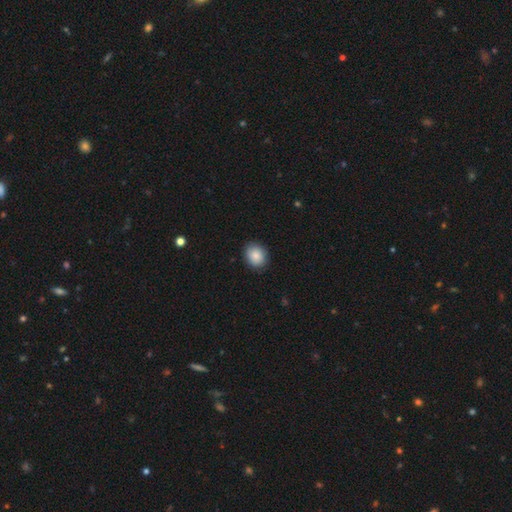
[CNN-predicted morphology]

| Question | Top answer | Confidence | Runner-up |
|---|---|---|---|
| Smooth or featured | smooth | 87% | star or artifact (8%) |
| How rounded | round | 59% | in between (40%) |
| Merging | none | 87% | minor disturbance (10%) |